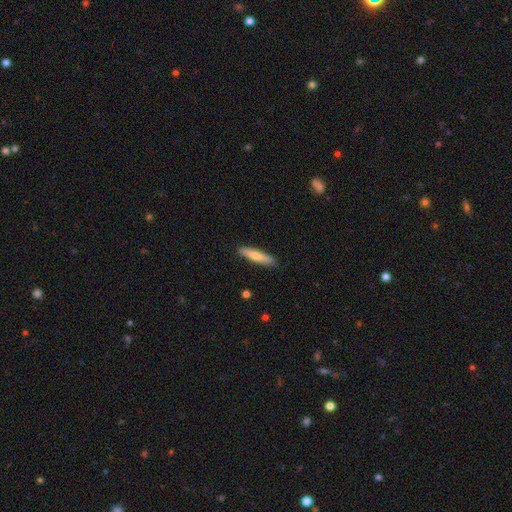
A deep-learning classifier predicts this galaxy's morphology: Smooth or featured? Predicted: smooth (p=0.72). How rounded? Predicted: cigar-shaped (p=0.85). Merging? Predicted: none (p=0.87).